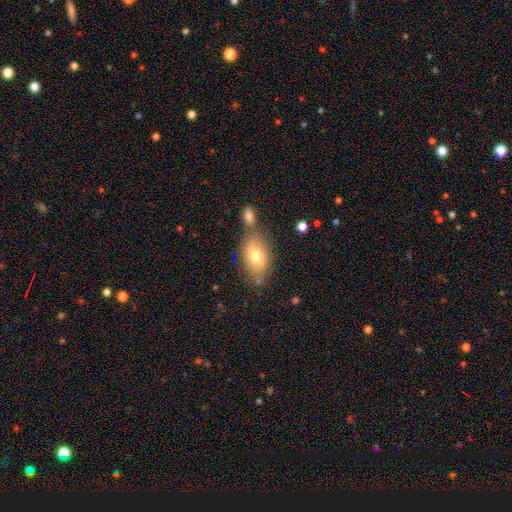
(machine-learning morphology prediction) smooth_or_featured: smooth (p=0.72) [alt: featured or disk p=0.20]
how_rounded: in between (p=0.89) [alt: round p=0.09]
merging: none (p=0.62) [alt: merger p=0.17]